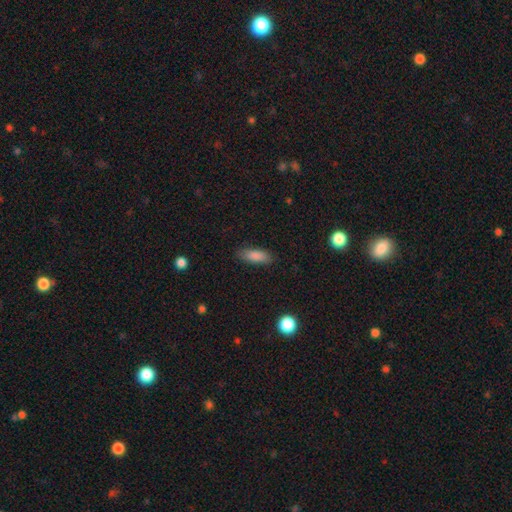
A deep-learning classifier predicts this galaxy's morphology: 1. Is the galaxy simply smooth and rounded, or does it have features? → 86% smooth, 7% star or artifact, 7% featured or disk.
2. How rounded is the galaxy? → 66% in between, 31% cigar-shaped, 2% round.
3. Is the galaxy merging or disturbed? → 85% none, 11% minor disturbance, 3% major disturbance, 1% merger.